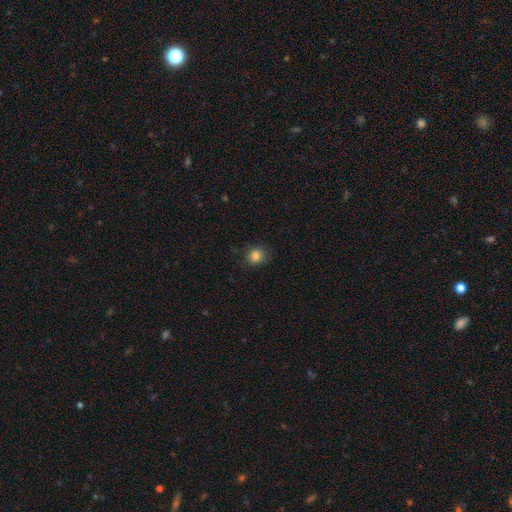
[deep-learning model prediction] Overall: smooth (83%). How rounded: round (68%; in between 32%). Merging: none (79%).